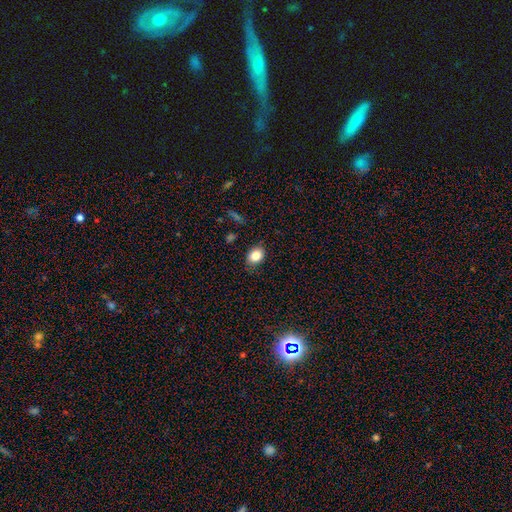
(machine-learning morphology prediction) Smooth or featured? smooth (84%)
How rounded? in between (68%)
Merging? none (83%)